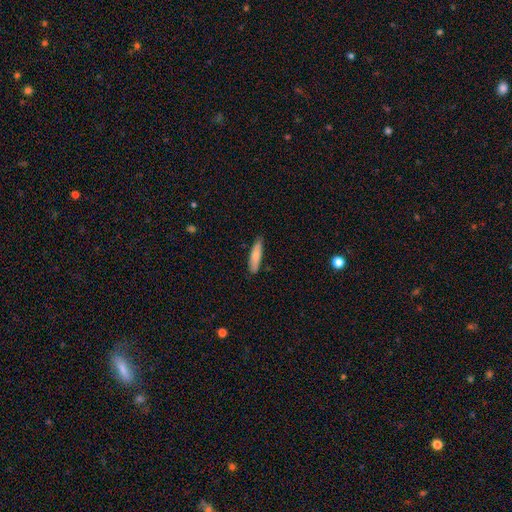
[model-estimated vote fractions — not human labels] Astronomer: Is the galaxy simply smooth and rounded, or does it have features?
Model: smooth — 77%.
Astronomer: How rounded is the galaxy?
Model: cigar-shaped — 74%.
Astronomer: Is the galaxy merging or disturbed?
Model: none — 83%.